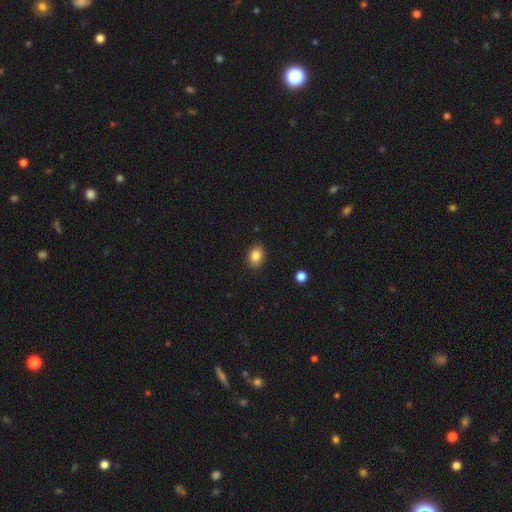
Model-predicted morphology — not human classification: smooth 84%, star or artifact 9%, featured or disk 7%. Down the decision tree: how rounded — in between (73%); merging — none (88%).